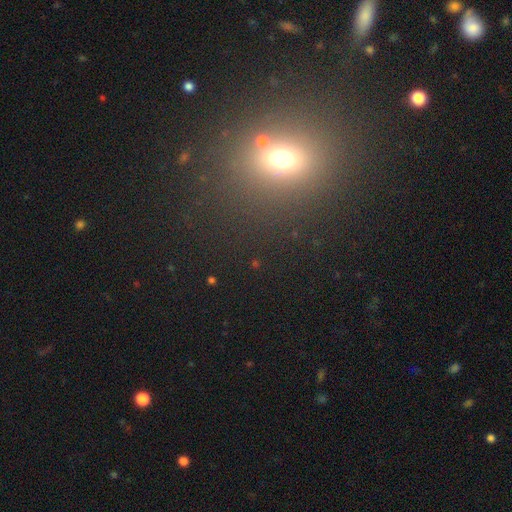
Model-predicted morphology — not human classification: smooth-or-featured: star or artifact: 46% | smooth: 42% | featured or disk: 12%